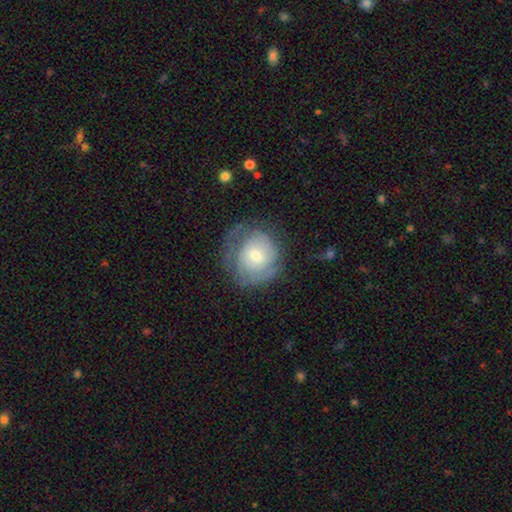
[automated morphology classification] featured or disk 63%, smooth 30%, star or artifact 7%. Down the decision tree: edge-on disk — no (97%); bar — no (70%); spiral arms — yes (83%); spiral arm count — can't tell (42%); spiral winding — tight (64%); bulge size — moderate (50%); merging — none (60%).